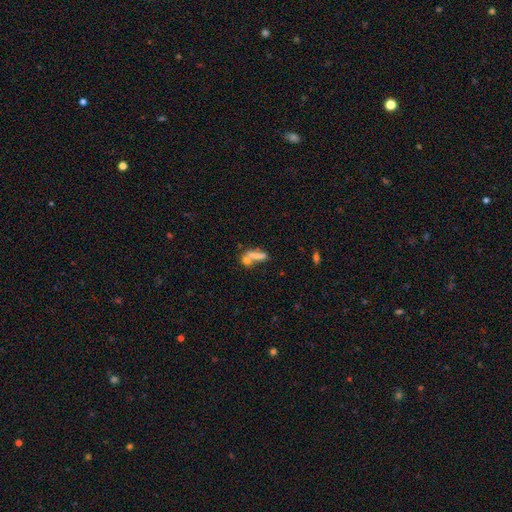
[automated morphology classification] Q: Smooth or featured?
A: smooth (67%); runner-up: featured or disk (22%)
Q: How rounded?
A: cigar-shaped (61%); runner-up: in between (32%)
Q: Merging?
A: merger (41%); runner-up: none (39%)